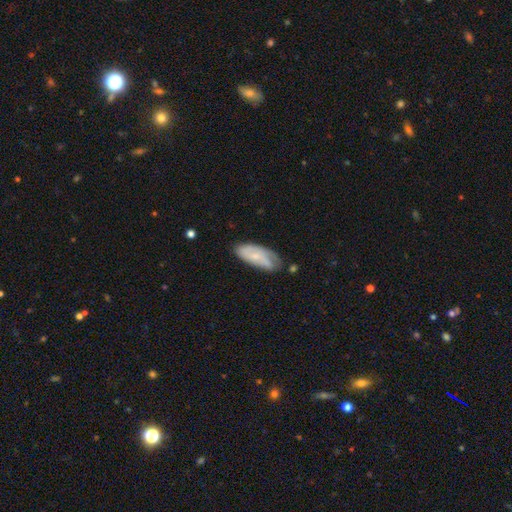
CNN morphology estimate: This is possibly a smooth galaxy (47%). Merging: possibly none (56%).